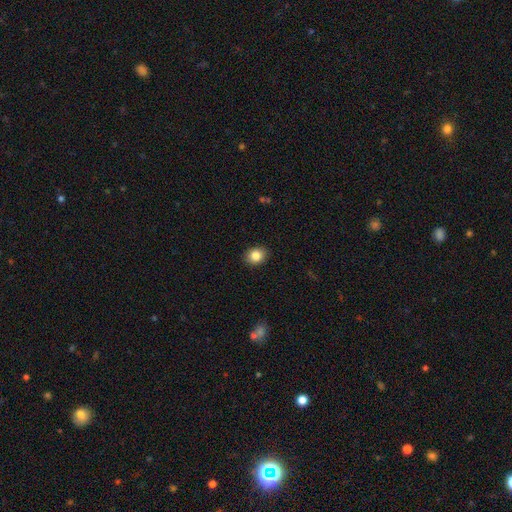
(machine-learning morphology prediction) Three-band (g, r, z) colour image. It shows a smooth galaxy with no disk features (85%) that is round (59%). Merging: none (90%).